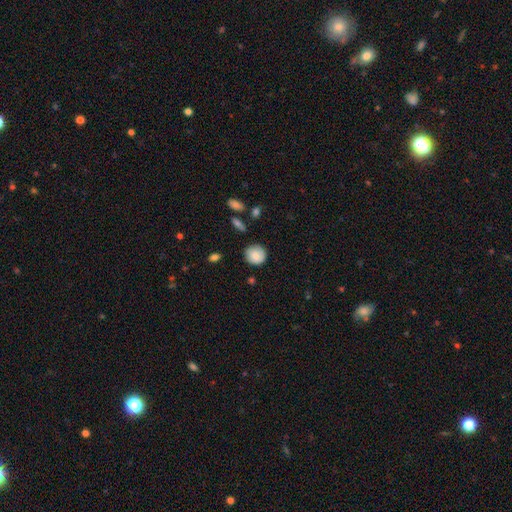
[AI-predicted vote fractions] Smooth or featured?
  - smooth: 83% *
  - featured or disk: 10%
  - star or artifact: 8%
How rounded?
  - round: 88% *
  - in between: 11%
  - cigar-shaped: 1%
Merging?
  - none: 79% *
  - minor disturbance: 16%
  - major disturbance: 3%
  - merger: 2%